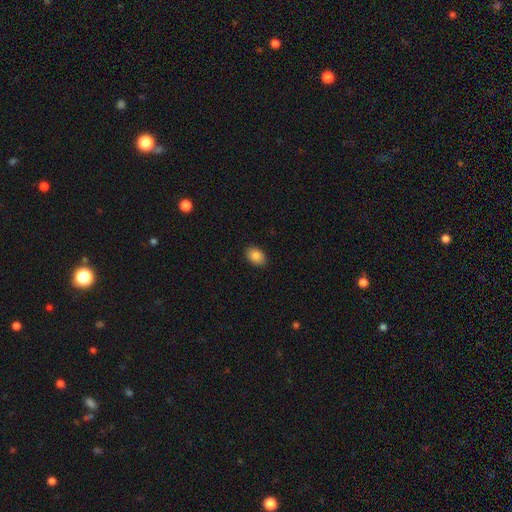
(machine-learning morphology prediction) Overall: smooth (87%). How rounded: in between (81%). Merging: none (89%).